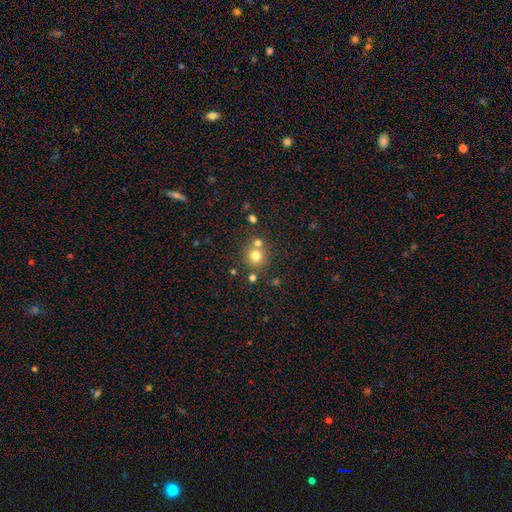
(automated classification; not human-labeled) This appears to be a smooth galaxy with no disk features (74%) that is round (89%). Merging: none (64%).